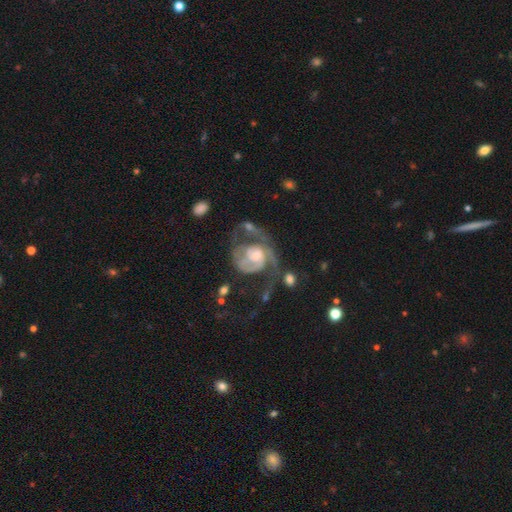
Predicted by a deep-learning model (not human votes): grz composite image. It shows a featured or disk galaxy (86%) with no bar (68%), 2 (53%) medium (41%) spiral arms (92%) and a moderate central bulge (48%). Merging: major disturbance (39%).